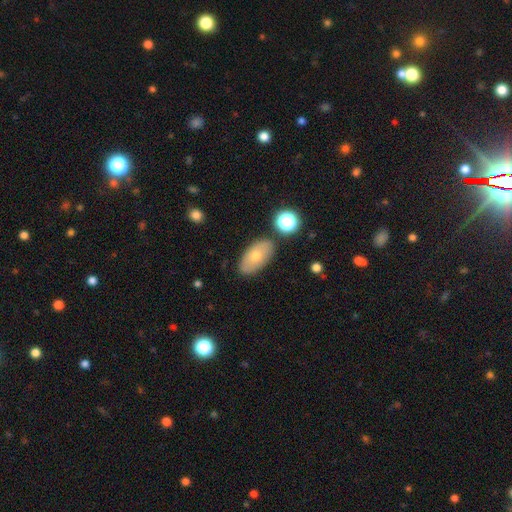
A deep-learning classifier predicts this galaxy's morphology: A smooth galaxy with no disk features (68%) that is in between round and cigar-shaped (92%). Merging: none (80%).